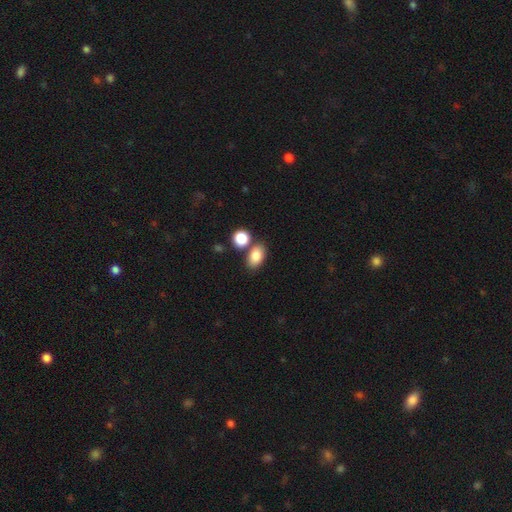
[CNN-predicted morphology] type=smooth (84%); roundness=in between (85%); merging=none (67%).